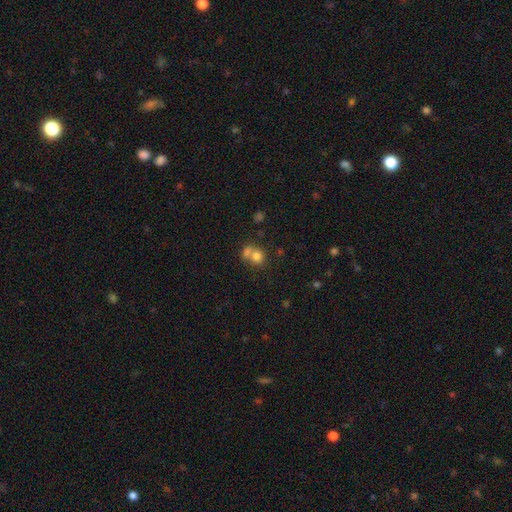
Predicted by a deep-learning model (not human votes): Q: Smooth or featured?
A: smooth (75%); runner-up: featured or disk (13%)
Q: How rounded?
A: round (72%); runner-up: in between (27%)
Q: Merging?
A: merger (53%); runner-up: none (35%)